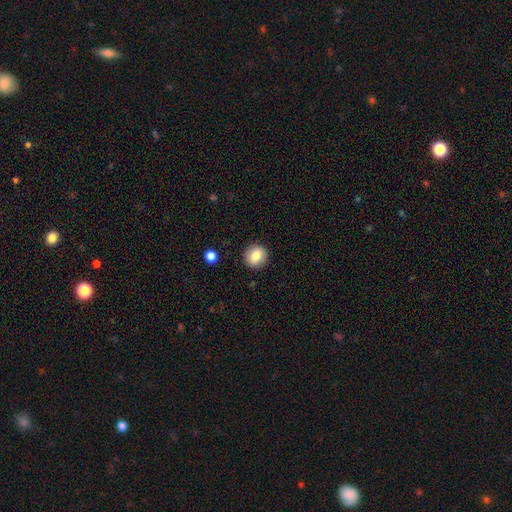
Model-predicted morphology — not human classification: smooth 83%, star or artifact 9%, featured or disk 8%. Down the decision tree: how rounded — round (90%); merging — none (91%).